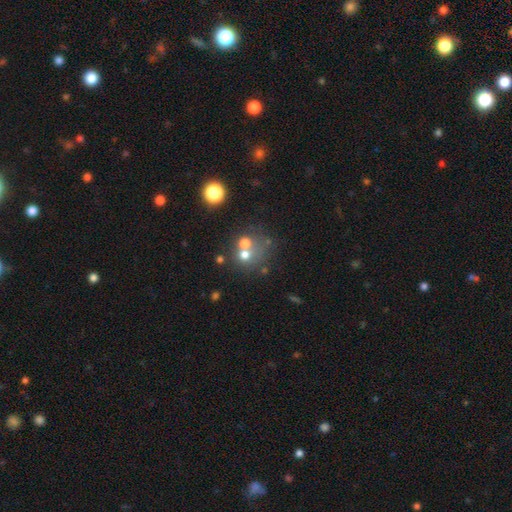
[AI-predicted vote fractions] smooth_or_featured: smooth (p=0.42) [alt: star or artifact p=0.41]
merging: none (p=0.56) [alt: merger p=0.28]